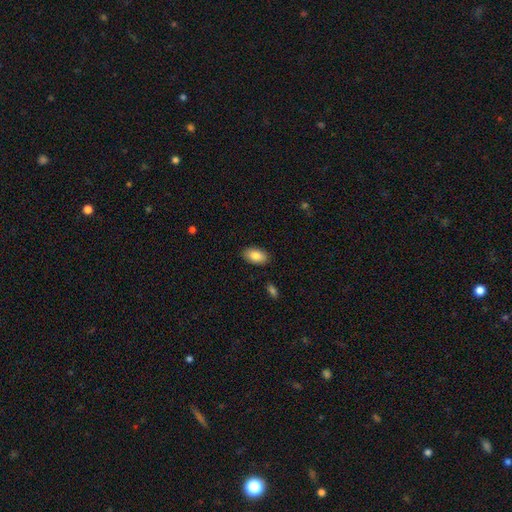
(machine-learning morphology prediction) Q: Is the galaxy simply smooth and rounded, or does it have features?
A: smooth — 84%.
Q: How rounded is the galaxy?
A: in between — 93%.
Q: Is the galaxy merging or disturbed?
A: none — 88%.